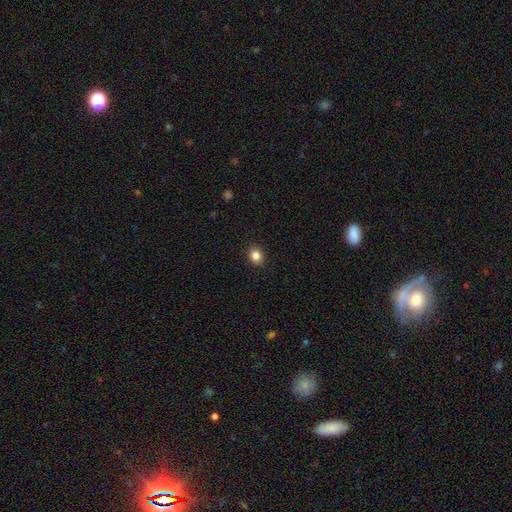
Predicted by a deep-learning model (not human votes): Overall: smooth (85%). How rounded: round (62%; in between 37%). Merging: none (91%).